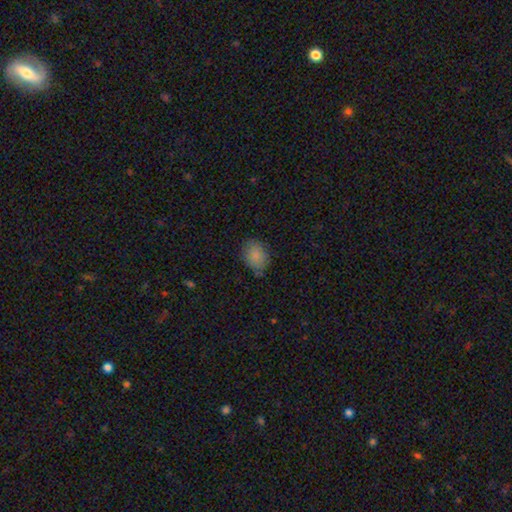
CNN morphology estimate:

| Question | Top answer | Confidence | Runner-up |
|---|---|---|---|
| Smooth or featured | smooth | 85% | star or artifact (9%) |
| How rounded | in between | 62% | round (36%) |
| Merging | none | 76% | minor disturbance (18%) |